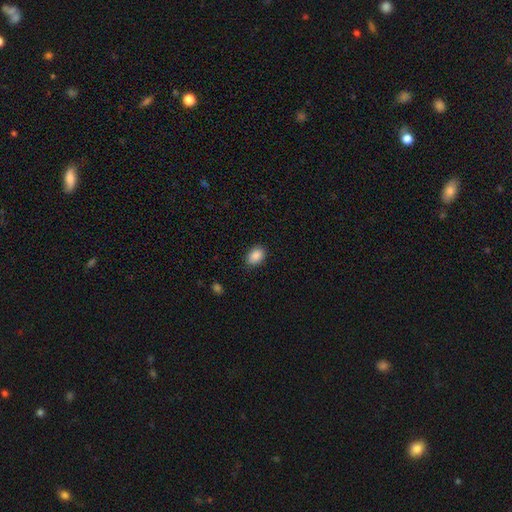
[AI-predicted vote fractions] The model was most divided on "how rounded": in between: 82%, round: 16%, cigar-shaped: 1%. More confident: smooth or featured — smooth (88%); merging — none (84%).